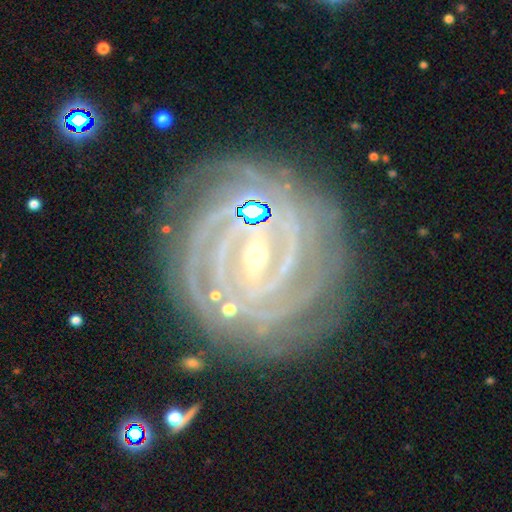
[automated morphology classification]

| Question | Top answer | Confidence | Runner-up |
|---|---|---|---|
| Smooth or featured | featured or disk | 91% | star or artifact (5%) |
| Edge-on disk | no | 97% | yes (3%) |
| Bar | strong | 56% | weak (31%) |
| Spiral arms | yes | 98% | no (2%) |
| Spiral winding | tight | 81% | medium (16%) |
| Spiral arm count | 4 | 28% | 3 (25%) |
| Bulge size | small | 58% | moderate (39%) |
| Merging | none | 77% | minor disturbance (15%) |